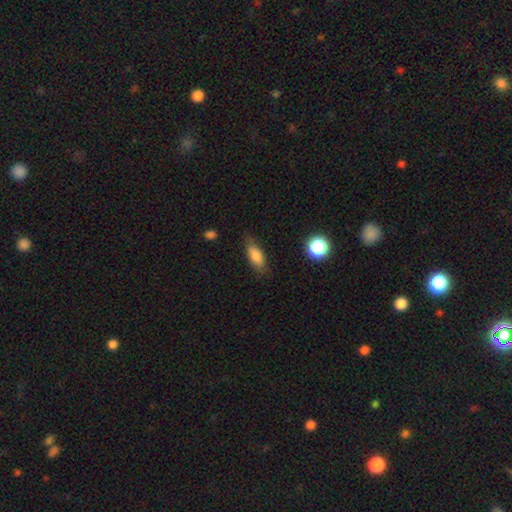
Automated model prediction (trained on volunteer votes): A smooth galaxy with no disk features (80%) that is in between round and cigar-shaped (76%). Merging: none (75%).